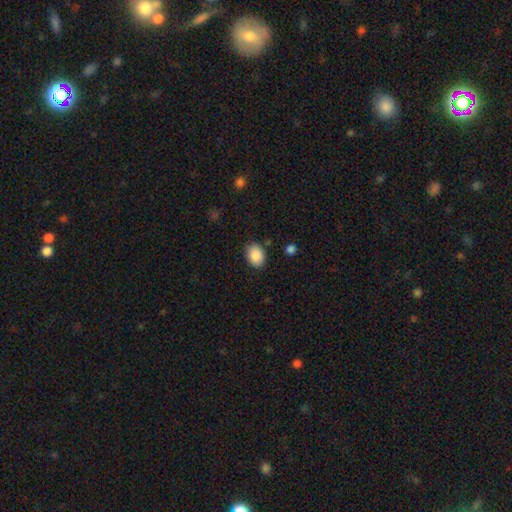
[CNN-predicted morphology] Smooth or featured: smooth — 89% (star or artifact — 7%)
How rounded: in between — 73% (round — 26%)
Merging: none — 85% (minor disturbance — 10%)